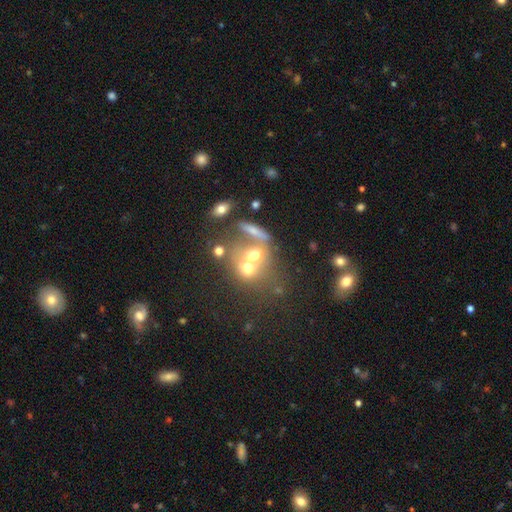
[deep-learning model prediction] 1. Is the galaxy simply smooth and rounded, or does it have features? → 53% smooth, 30% featured or disk, 17% star or artifact.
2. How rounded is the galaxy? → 56% round, 40% in between, 4% cigar-shaped.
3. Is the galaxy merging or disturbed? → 57% merger, 26% none, 8% major disturbance, 8% minor disturbance.